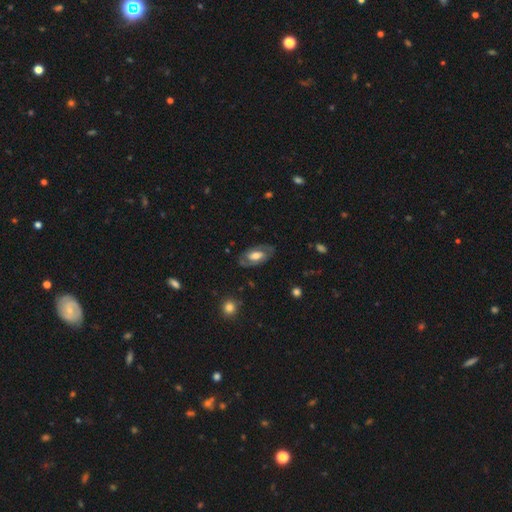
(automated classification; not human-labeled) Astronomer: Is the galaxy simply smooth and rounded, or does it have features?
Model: featured or disk — 59% (runner-up: smooth, 35%).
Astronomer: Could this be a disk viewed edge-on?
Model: no — 90%.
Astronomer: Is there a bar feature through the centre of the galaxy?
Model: no — 49% (runner-up: weak, 34%).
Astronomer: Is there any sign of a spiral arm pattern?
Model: yes — 55% (runner-up: no, 45%).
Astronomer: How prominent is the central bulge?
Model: moderate — 56%.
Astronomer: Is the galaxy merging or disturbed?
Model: none — 78%.